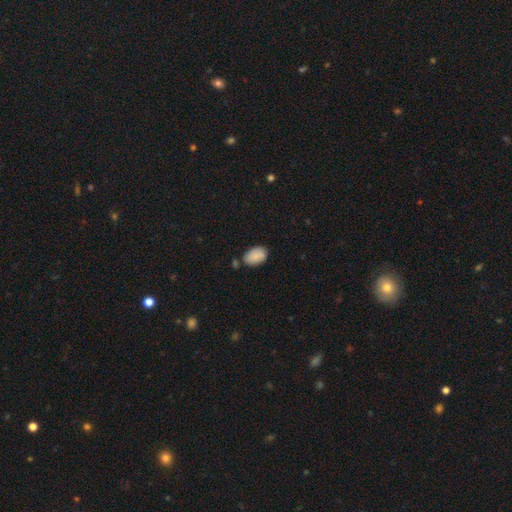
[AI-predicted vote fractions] This is clearly a smooth galaxy (87%). How rounded: clearly in between (91%). Merging: likely none (68%).